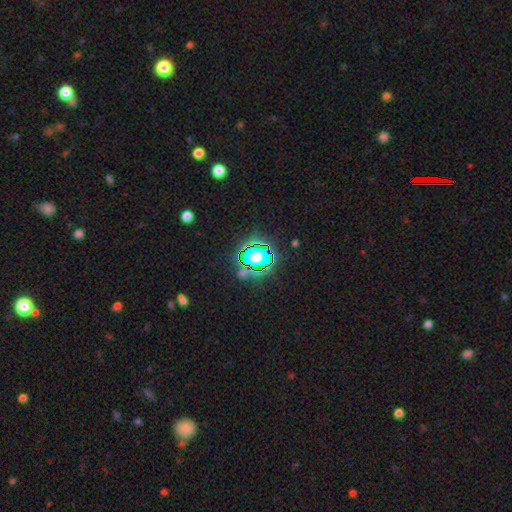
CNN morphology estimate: star or artifact 68%, smooth 22%, featured or disk 10%.